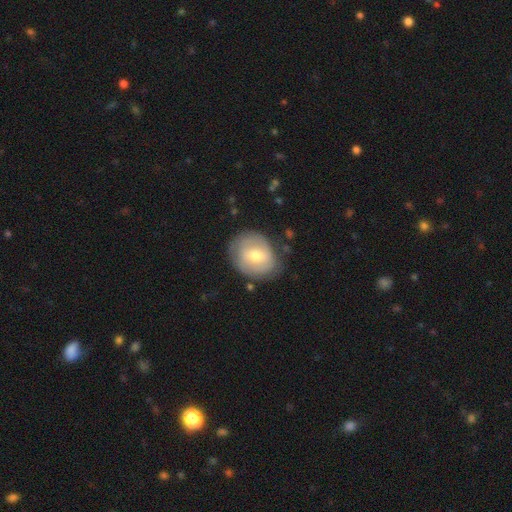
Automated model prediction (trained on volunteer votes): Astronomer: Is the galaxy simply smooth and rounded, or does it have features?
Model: smooth — 49% (runner-up: featured or disk, 45%).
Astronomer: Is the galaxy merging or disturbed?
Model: none — 70%.